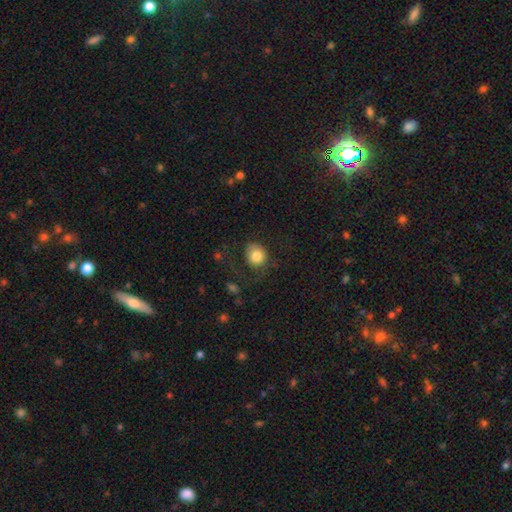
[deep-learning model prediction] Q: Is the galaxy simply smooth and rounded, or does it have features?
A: smooth — 81%.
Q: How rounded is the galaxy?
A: round — 76%.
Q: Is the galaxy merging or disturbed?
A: none — 63%.